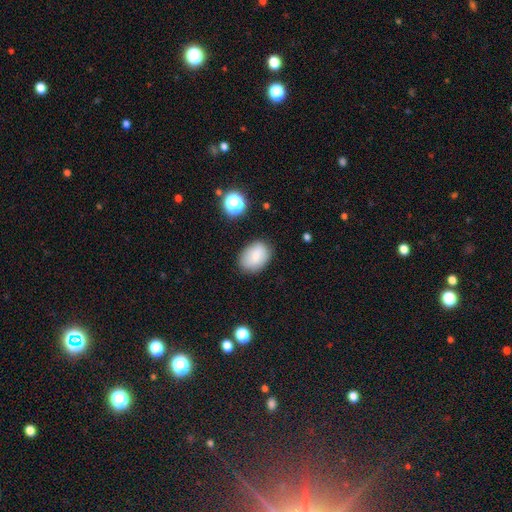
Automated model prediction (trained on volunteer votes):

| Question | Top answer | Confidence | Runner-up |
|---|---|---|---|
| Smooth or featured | smooth | 81% | featured or disk (10%) |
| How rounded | in between | 78% | round (21%) |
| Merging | none | 79% | minor disturbance (15%) |